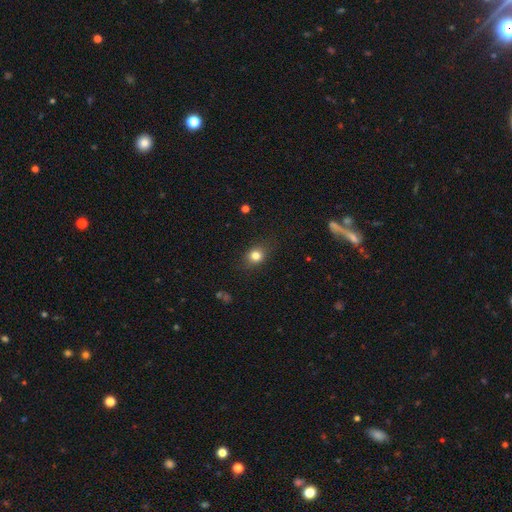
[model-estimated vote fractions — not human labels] Smooth or featured?
  - smooth: 80% *
  - star or artifact: 12%
  - featured or disk: 8%
How rounded?
  - round: 61% *
  - in between: 38%
  - cigar-shaped: 1%
Merging?
  - none: 82% *
  - minor disturbance: 13%
  - major disturbance: 4%
  - merger: 1%